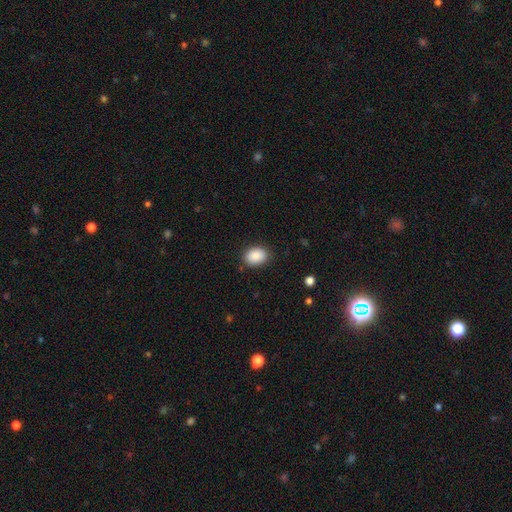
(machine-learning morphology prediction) The model was most divided on "how rounded": in between: 73%, round: 26%, cigar-shaped: 1%. More confident: smooth or featured — smooth (89%); merging — none (87%).